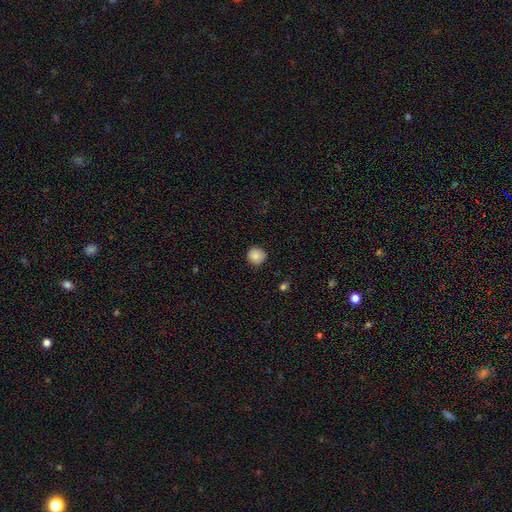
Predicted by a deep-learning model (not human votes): smooth 87%, star or artifact 9%, featured or disk 4%. Down the decision tree: how rounded — round (94%); merging — none (90%).